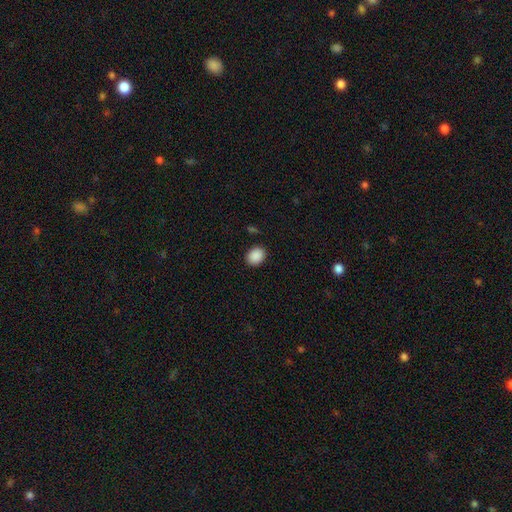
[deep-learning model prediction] smooth_or_featured: smooth (p=0.90) [alt: star or artifact p=0.08]
how_rounded: in between (p=0.50) [alt: round p=0.49]
merging: none (p=0.89) [alt: minor disturbance p=0.07]